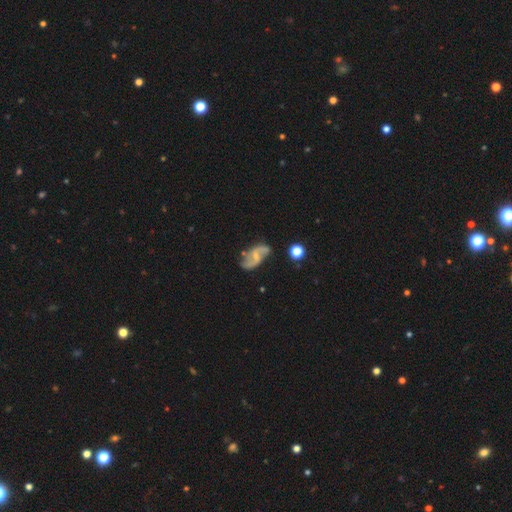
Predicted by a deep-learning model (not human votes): featured or disk 81%, smooth 13%, star or artifact 6%. Down the decision tree: edge-on disk — no (97%); bar — weak (49%); spiral arms — yes (93%); spiral arm count — 2 (91%); spiral winding — loose (71%); bulge size — small (57%); merging — none (66%).